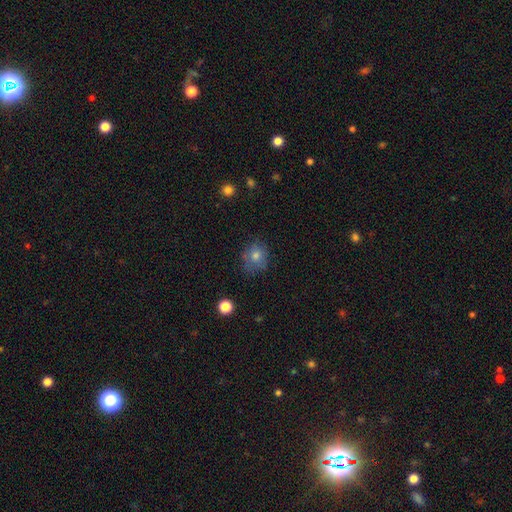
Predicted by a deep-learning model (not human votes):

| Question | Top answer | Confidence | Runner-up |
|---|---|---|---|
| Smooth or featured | smooth | 67% | featured or disk (19%) |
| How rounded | round | 70% | in between (29%) |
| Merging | none | 70% | minor disturbance (22%) |